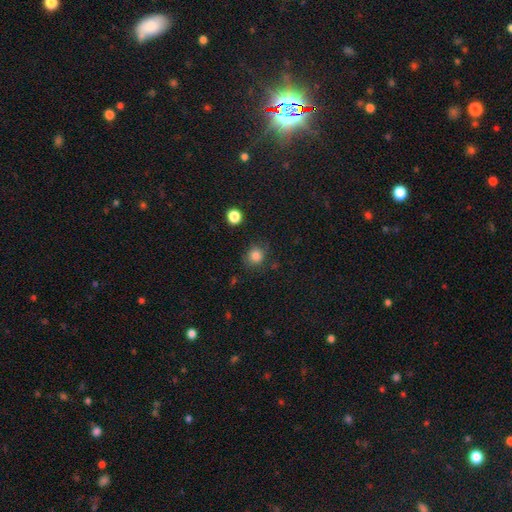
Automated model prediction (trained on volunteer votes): Smooth or featured? Predicted: smooth (p=0.84). How rounded? Predicted: round (p=0.86). Merging? Predicted: none (p=0.78).